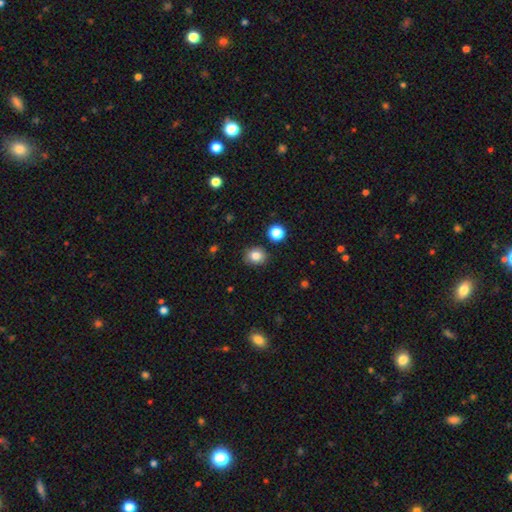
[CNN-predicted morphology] This is clearly a smooth galaxy (83%). How rounded: likely round (70%). Merging: clearly none (86%).